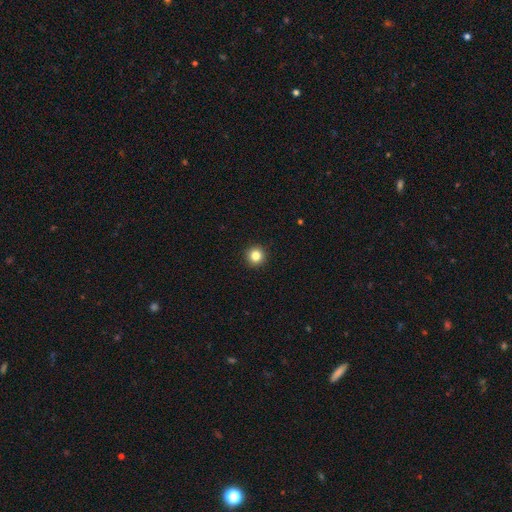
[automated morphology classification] type=smooth (83%); roundness=round (95%); merging=none (93%).